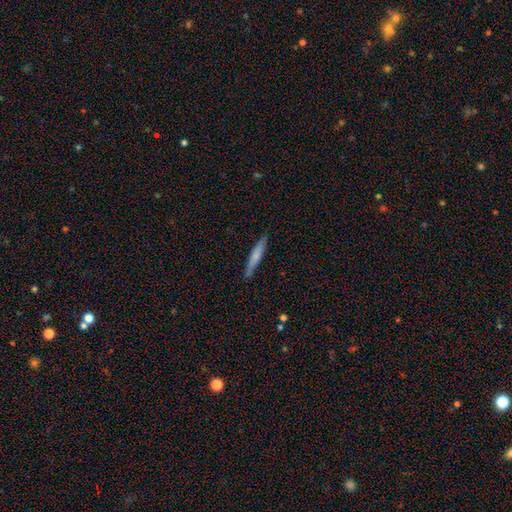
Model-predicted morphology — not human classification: type=smooth (60%); roundness=cigar-shaped (94%); merging=none (87%).